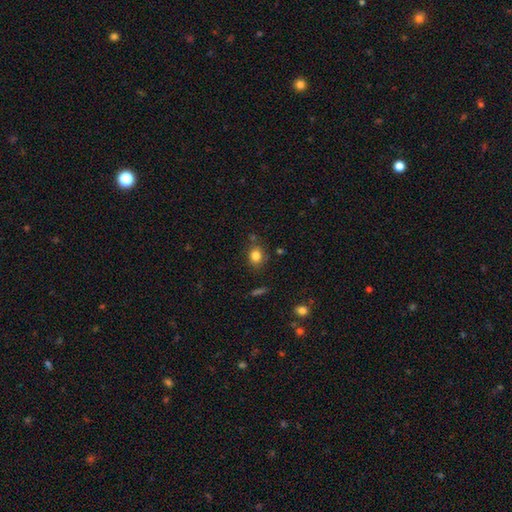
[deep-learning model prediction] This is clearly a smooth galaxy (83%). How rounded: possibly round (55%). Merging: likely none (75%).